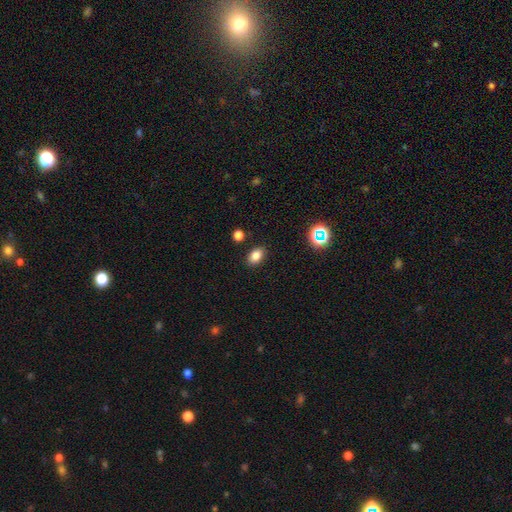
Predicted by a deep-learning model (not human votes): A smooth galaxy with no disk features (81%) that is in between round and cigar-shaped (81%).

Vote fractions:
- Smooth or featured? smooth: 81% / star or artifact: 12% / featured or disk: 6%
- How rounded? in between: 81% / round: 18% / cigar-shaped: 1%
- Merging? none: 86% / minor disturbance: 9% / merger: 3% / major disturbance: 3%